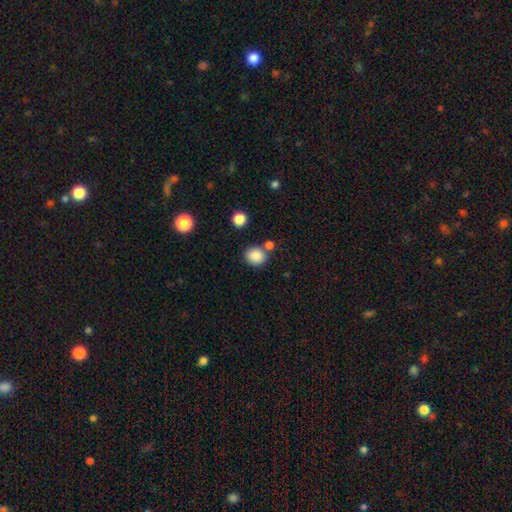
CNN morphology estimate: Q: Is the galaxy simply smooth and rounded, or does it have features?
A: smooth — 86%.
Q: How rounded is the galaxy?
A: round — 79%.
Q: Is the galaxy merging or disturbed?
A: none — 72%.